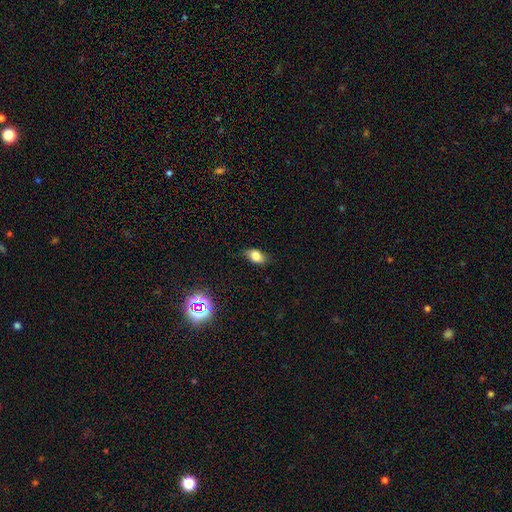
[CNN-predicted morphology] Smooth or featured? Predicted: smooth (p=0.73). How rounded? Predicted: in between (p=0.85). Merging? Predicted: none (p=0.75).